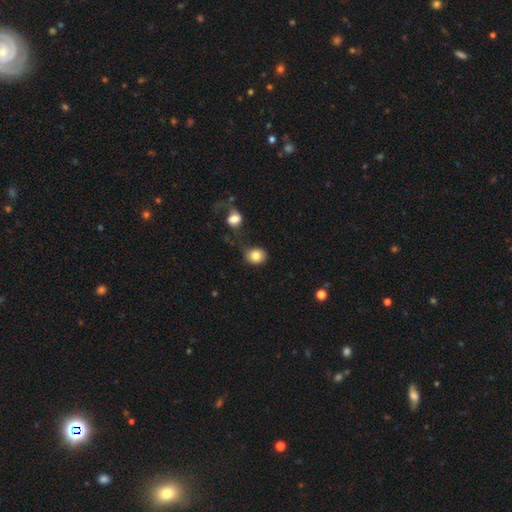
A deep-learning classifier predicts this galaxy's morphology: Smooth or featured? smooth (83%)
How rounded? round (71%)
Merging? none (57%)